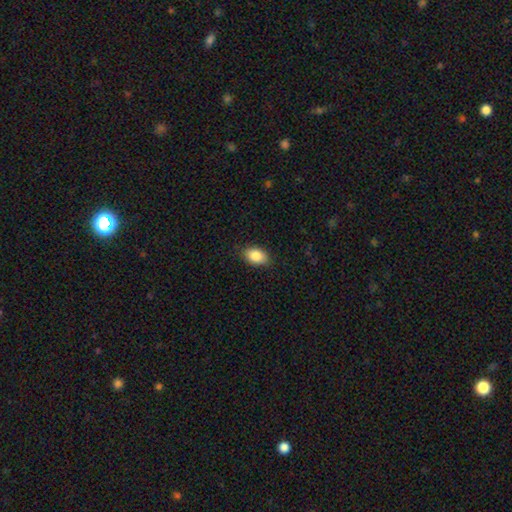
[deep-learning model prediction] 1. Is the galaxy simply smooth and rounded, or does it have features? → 86% smooth, 8% star or artifact, 6% featured or disk.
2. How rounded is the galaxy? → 86% in between, 12% round, 1% cigar-shaped.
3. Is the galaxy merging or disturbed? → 87% none, 10% minor disturbance, 2% major disturbance, 1% merger.